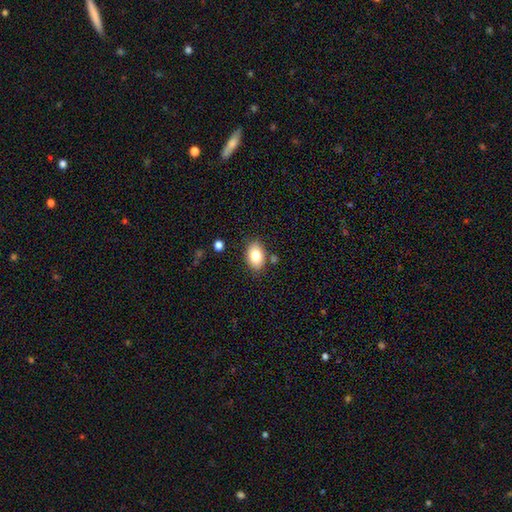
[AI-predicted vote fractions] smooth-or-featured: smooth: 80% | featured or disk: 11% | star or artifact: 8%
  how-rounded: in between: 81% | round: 18% | cigar-shaped: 1%
  merging: none: 81% | minor disturbance: 11% | merger: 5% | major disturbance: 3%